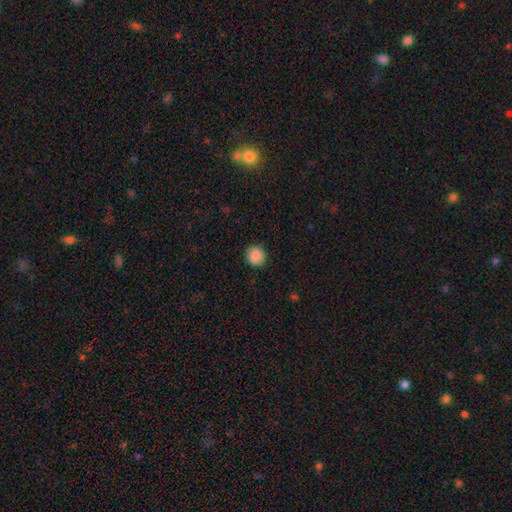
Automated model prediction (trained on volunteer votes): Morphology: type=smooth (89%); roundness=round (88%); merging=none (90%).